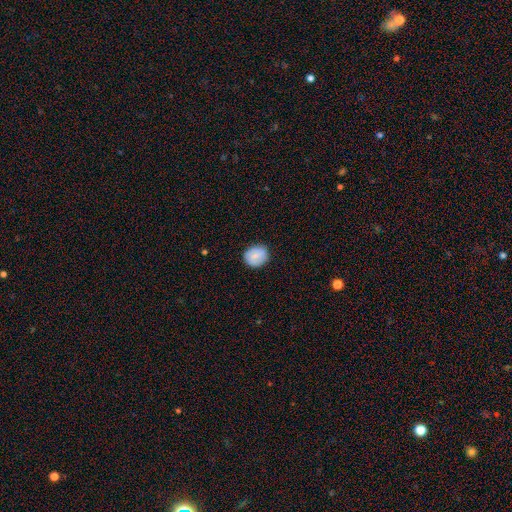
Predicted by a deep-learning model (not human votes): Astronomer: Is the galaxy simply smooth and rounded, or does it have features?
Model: smooth — 76%.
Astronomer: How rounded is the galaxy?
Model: round — 76%.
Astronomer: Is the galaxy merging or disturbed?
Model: none — 85%.